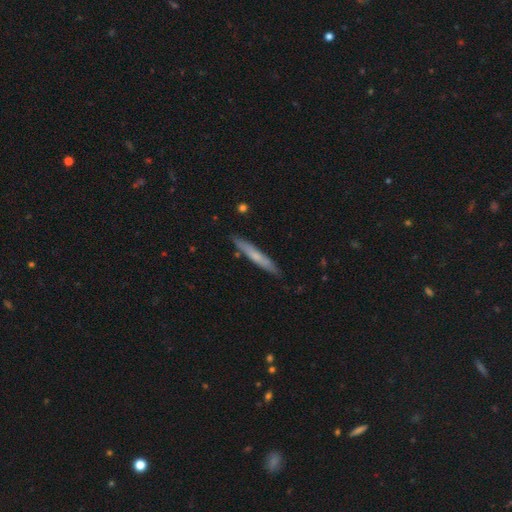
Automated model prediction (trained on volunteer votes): Morphology: type=smooth (57%); roundness=cigar-shaped (95%); merging=none (87%).